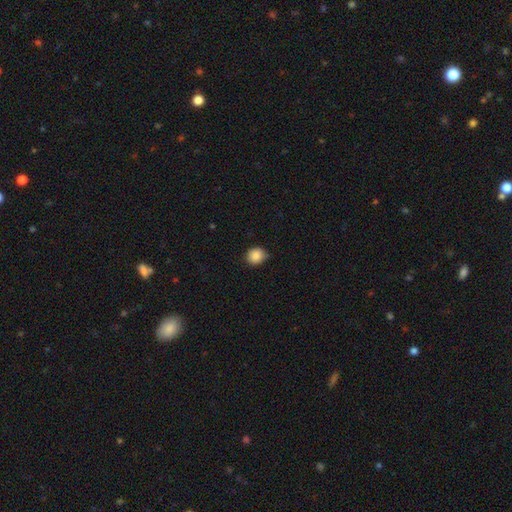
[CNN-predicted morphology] This is clearly a smooth galaxy (87%). How rounded: likely round (79%). Merging: likely none (74%).